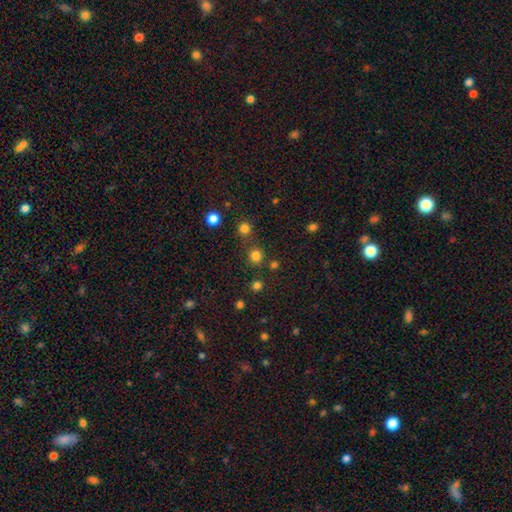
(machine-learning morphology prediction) This is likely a smooth galaxy (76%). How rounded: clearly round (89%). Merging: likely none (77%).